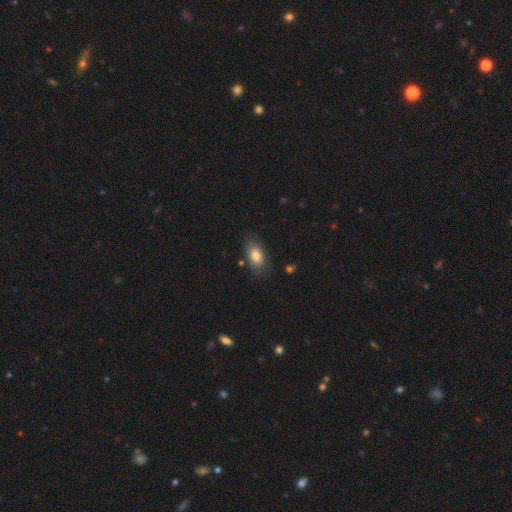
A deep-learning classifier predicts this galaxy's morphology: smooth-or-featured: smooth: 82% | featured or disk: 11% | star or artifact: 7%
  how-rounded: in between: 90% | cigar-shaped: 5% | round: 5%
  merging: none: 80% | minor disturbance: 14% | major disturbance: 4% | merger: 2%